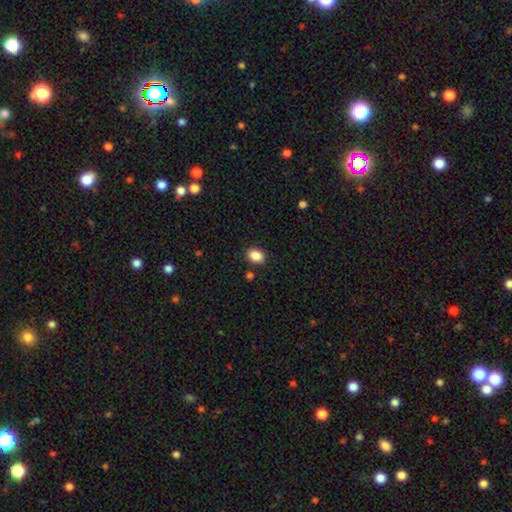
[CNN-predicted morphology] smooth 88%, star or artifact 9%, featured or disk 4%. Down the decision tree: how rounded — in between (69%); merging — none (88%).